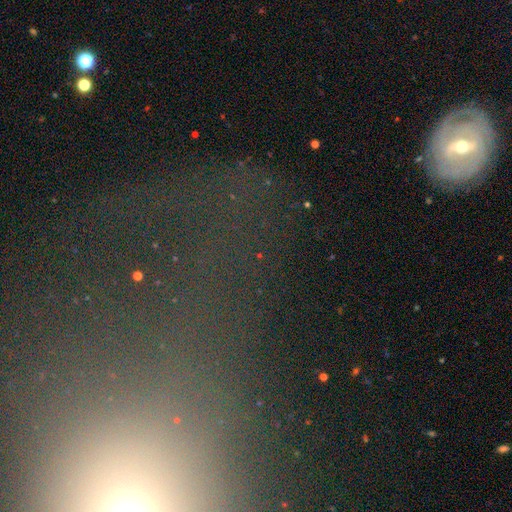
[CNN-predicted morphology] Smooth or featured?
  - star or artifact: 51% *
  - featured or disk: 25%
  - smooth: 24%